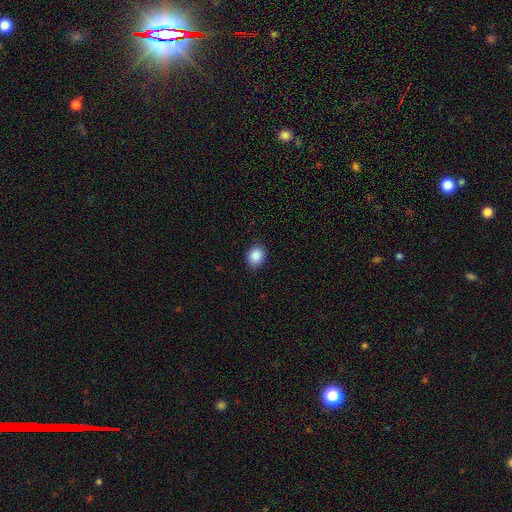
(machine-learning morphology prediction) A smooth galaxy with no disk features (88%) that is round (54%).

Vote fractions:
- Smooth or featured? smooth: 88% / star or artifact: 8% / featured or disk: 3%
- How rounded? round: 54% / in between: 45% / cigar-shaped: 1%
- Merging? none: 87% / minor disturbance: 10% / major disturbance: 2% / merger: 1%